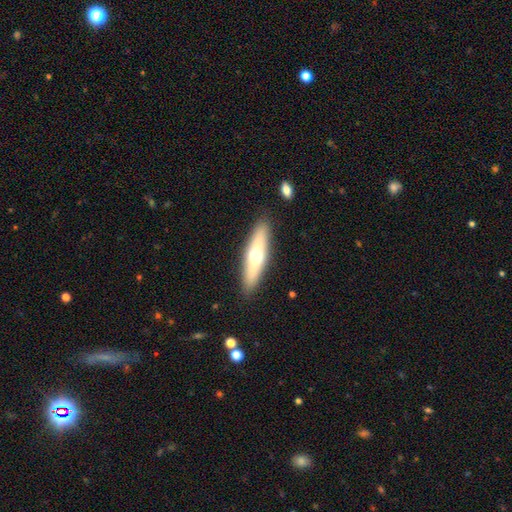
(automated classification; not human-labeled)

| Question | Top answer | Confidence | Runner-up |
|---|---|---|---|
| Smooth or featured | smooth | 52% | featured or disk (43%) |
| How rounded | cigar-shaped | 69% | in between (29%) |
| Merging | none | 89% | minor disturbance (8%) |